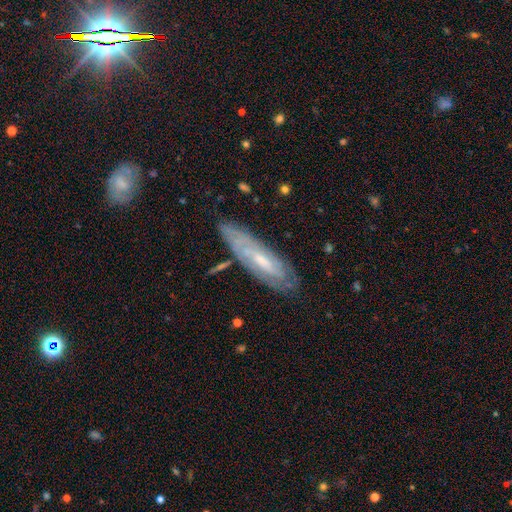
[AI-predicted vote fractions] Smooth or featured? featured or disk (67%)
Edge-on disk? no (67%)
Merging? none (77%)